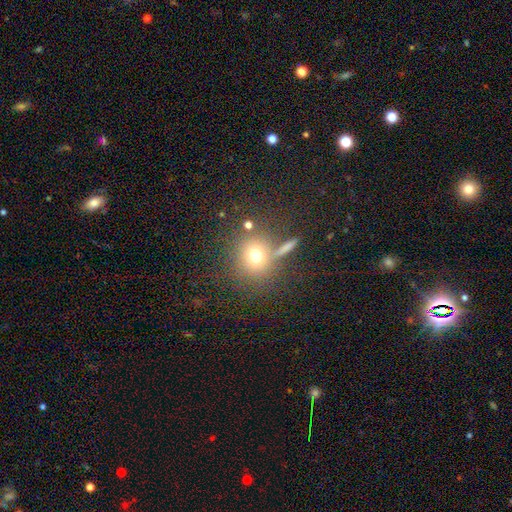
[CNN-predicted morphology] The model was most divided on "smooth or featured": smooth: 70%, star or artifact: 16%, featured or disk: 13%. More confident: how rounded — round (86%); merging — none (71%).